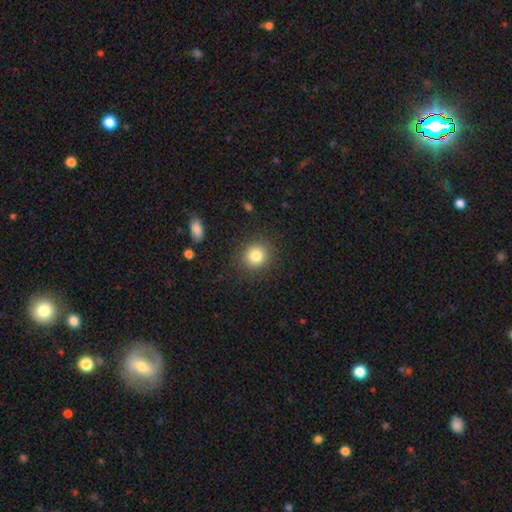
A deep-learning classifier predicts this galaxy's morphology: smooth 83%, star or artifact 10%, featured or disk 7%. Down the decision tree: how rounded — round (87%); merging — none (88%).